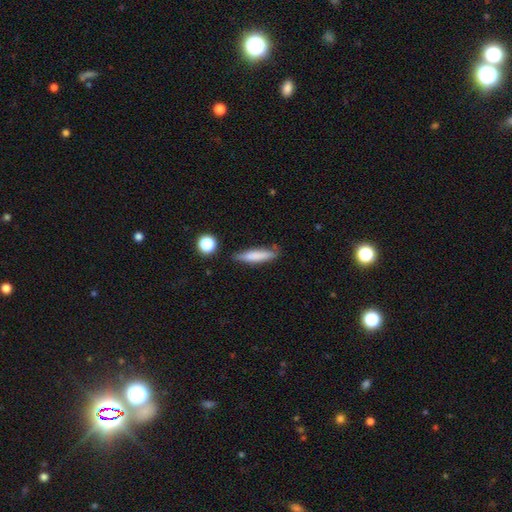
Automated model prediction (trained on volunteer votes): Smooth or featured? smooth (75%)
How rounded? cigar-shaped (81%)
Merging? none (76%)